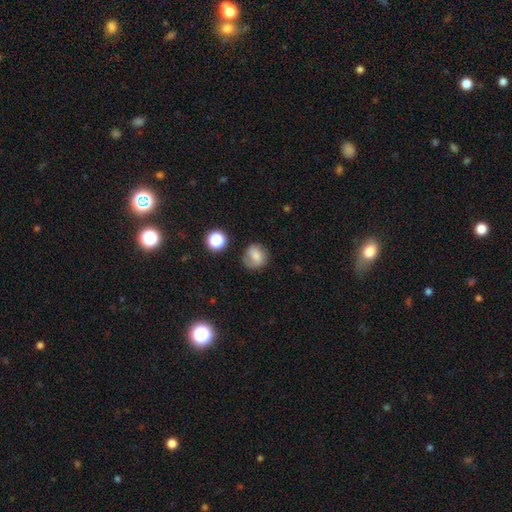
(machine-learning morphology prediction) This appears to be a smooth galaxy with no disk features (69%) that is round (79%). Merging: none (66%).